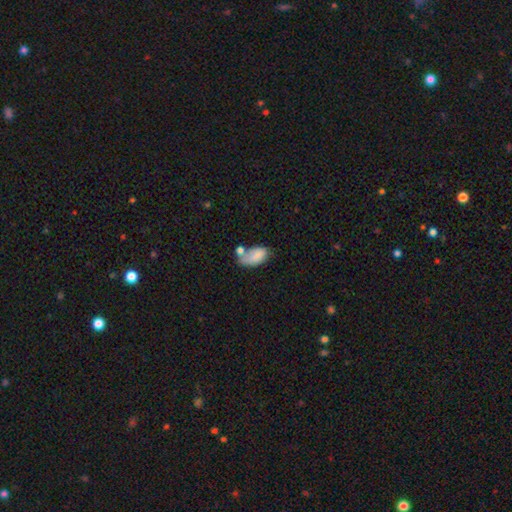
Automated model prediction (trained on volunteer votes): Smooth or featured: smooth — 78% (featured or disk — 13%)
How rounded: in between — 93% (round — 5%)
Merging: none — 35% (merger — 26%)